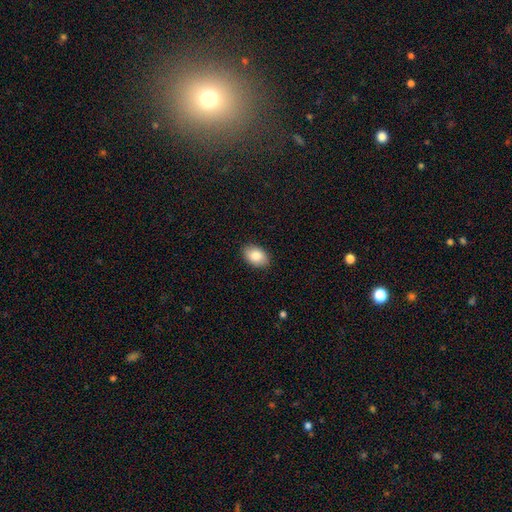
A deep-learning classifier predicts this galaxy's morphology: smooth-or-featured: smooth: 86% | featured or disk: 8% | star or artifact: 7%
  how-rounded: in between: 88% | round: 11% | cigar-shaped: 1%
  merging: none: 89% | minor disturbance: 9% | major disturbance: 2% | merger: 1%